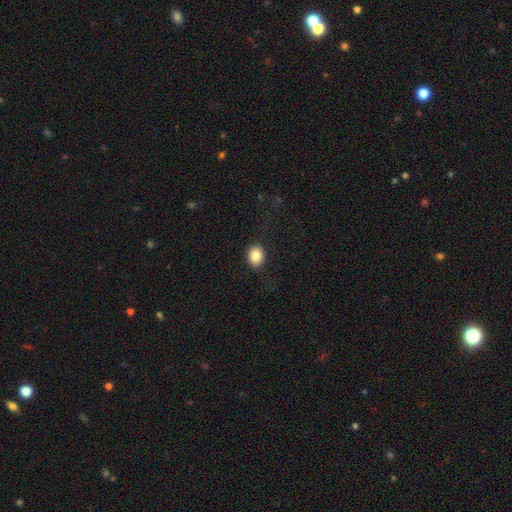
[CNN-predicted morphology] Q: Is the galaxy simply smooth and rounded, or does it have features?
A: smooth — 84%.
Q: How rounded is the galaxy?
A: in between — 51%.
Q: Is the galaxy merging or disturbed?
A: none — 88%.